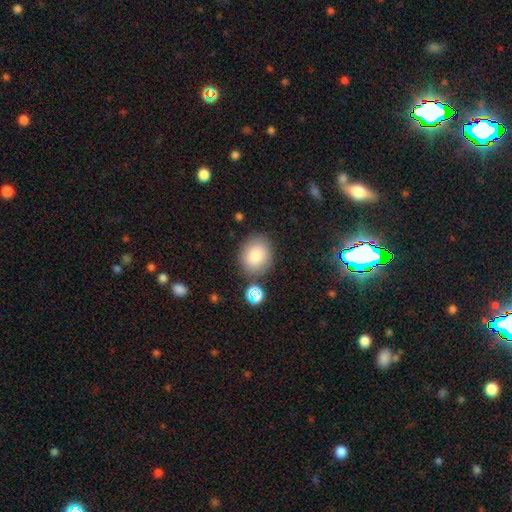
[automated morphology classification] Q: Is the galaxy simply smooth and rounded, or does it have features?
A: smooth — 83%.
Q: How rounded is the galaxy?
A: round — 64%.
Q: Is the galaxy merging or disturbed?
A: none — 79%.